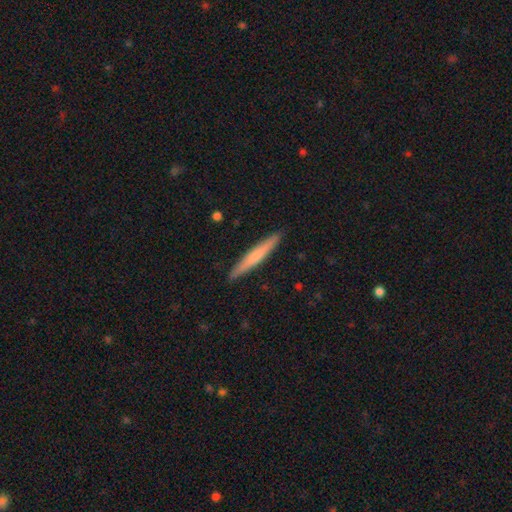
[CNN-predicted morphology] smooth_or_featured: smooth (p=0.60) [alt: featured or disk p=0.35]
how_rounded: cigar-shaped (p=0.96) [alt: in between p=0.03]
merging: none (p=0.92) [alt: minor disturbance p=0.06]